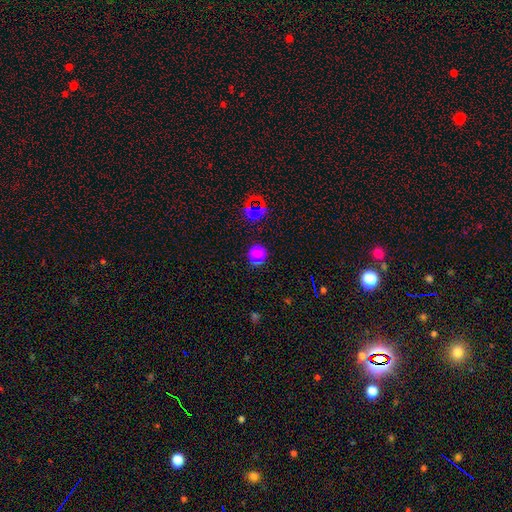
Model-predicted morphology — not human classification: smooth_or_featured: smooth (p=0.70) [alt: star or artifact p=0.25]
how_rounded: round (p=0.78) [alt: in between p=0.20]
merging: none (p=0.77) [alt: minor disturbance p=0.13]